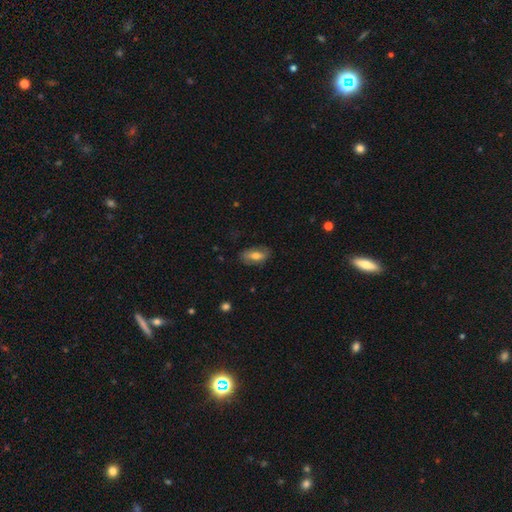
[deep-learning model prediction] Morphology: type=smooth (63%); roundness=in between (84%); merging=none (79%).